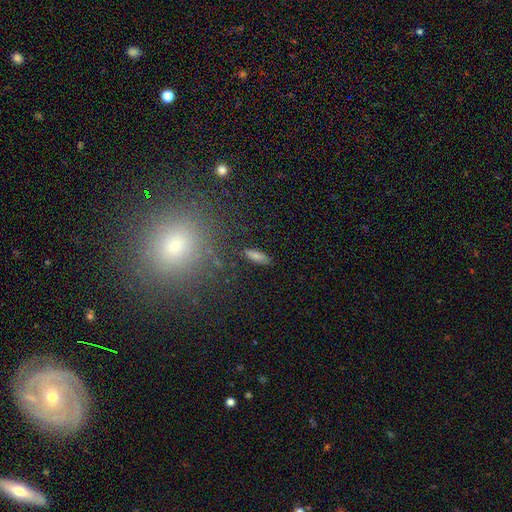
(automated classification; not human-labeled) Smooth or featured: smooth — 79% (star or artifact — 11%)
How rounded: in between — 60% (cigar-shaped — 37%)
Merging: none — 83% (minor disturbance — 11%)